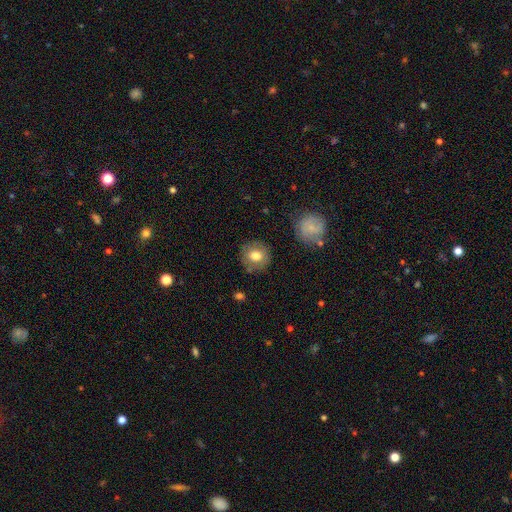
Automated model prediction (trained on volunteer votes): This is likely a smooth galaxy (73%). How rounded: clearly round (91%). Merging: clearly none (83%).